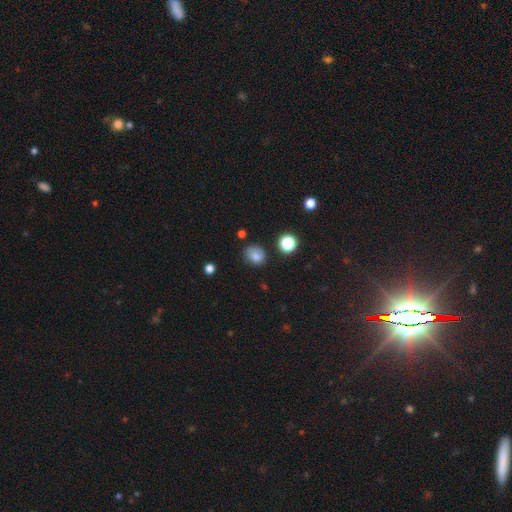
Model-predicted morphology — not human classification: type=smooth (78%); roundness=round (58%); merging=none (68%).